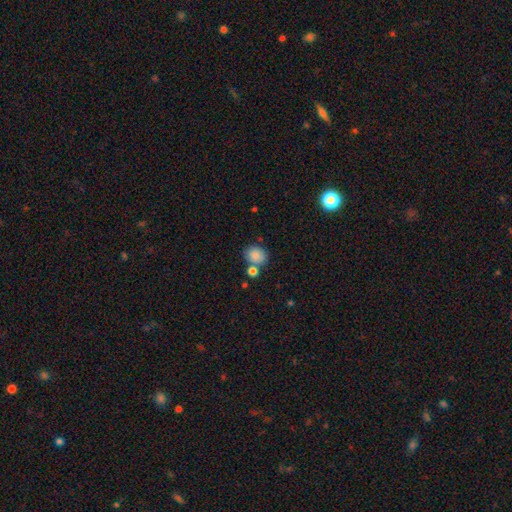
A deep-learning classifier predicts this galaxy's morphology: smooth-or-featured: smooth: 84% | star or artifact: 9% | featured or disk: 7%
  how-rounded: round: 65% | in between: 34% | cigar-shaped: 1%
  merging: none: 63% | merger: 20% | minor disturbance: 13% | major disturbance: 4%